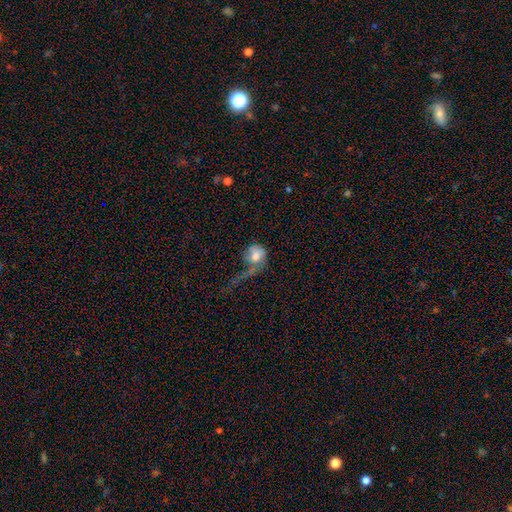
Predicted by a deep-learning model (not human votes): Overall: smooth (66%). How rounded: round (67%; in between 31%). Merging: major disturbance (61%).